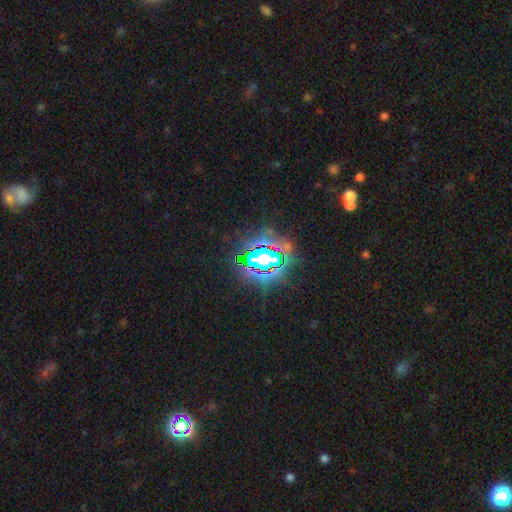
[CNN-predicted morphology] Smooth or featured?
  - star or artifact: 75% *
  - smooth: 13%
  - featured or disk: 12%